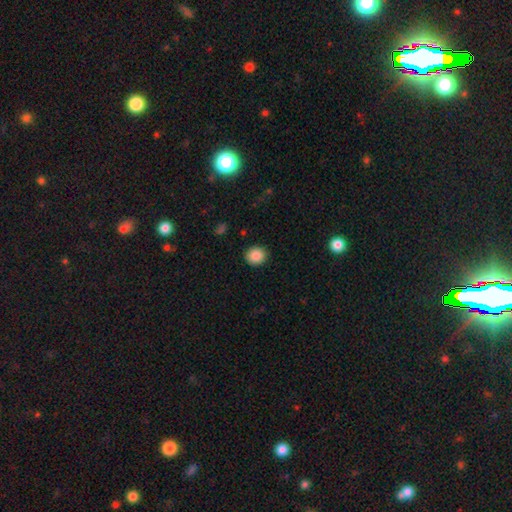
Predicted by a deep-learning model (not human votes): This is clearly a smooth galaxy (87%). How rounded: clearly round (85%). Merging: clearly none (91%).